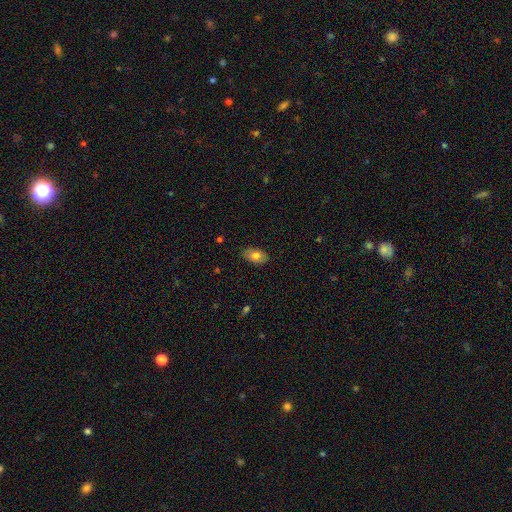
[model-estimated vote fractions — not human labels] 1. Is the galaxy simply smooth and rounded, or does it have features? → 77% smooth, 15% featured or disk, 7% star or artifact.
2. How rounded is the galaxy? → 92% in between, 6% round, 2% cigar-shaped.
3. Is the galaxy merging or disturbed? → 87% none, 10% minor disturbance, 2% major disturbance, 1% merger.